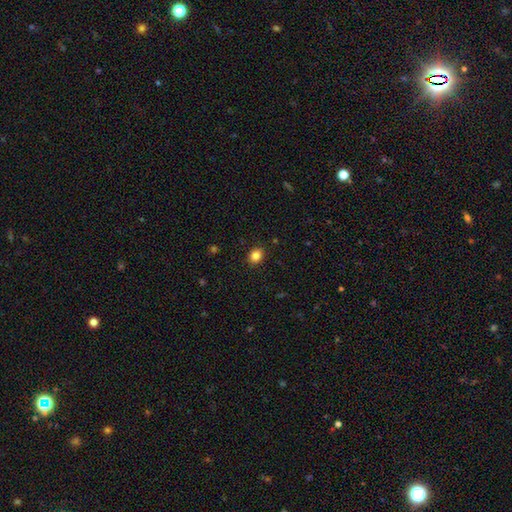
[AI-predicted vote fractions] Smooth or featured: smooth — 85% (star or artifact — 10%)
How rounded: in between — 52% (round — 47%)
Merging: none — 89% (minor disturbance — 8%)